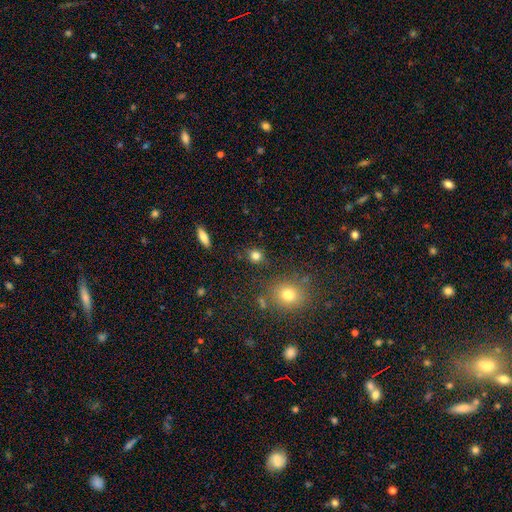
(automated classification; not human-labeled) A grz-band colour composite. It shows a smooth galaxy with no disk features (80%) that is round (80%). Merging: none (84%).